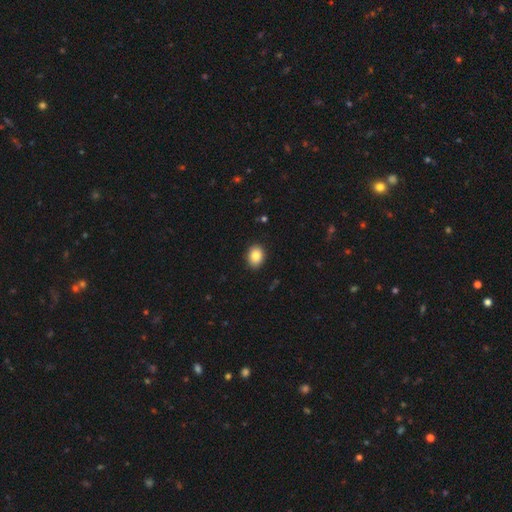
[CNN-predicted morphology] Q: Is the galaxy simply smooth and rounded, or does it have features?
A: smooth — 86%.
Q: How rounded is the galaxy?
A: in between — 67%.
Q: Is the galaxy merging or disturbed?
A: none — 90%.